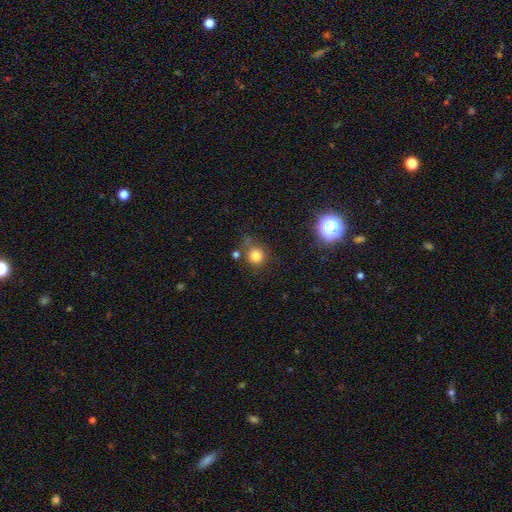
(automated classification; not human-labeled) This appears to be a smooth galaxy with no disk features (80%) that is round (89%). Merging: none (68%).